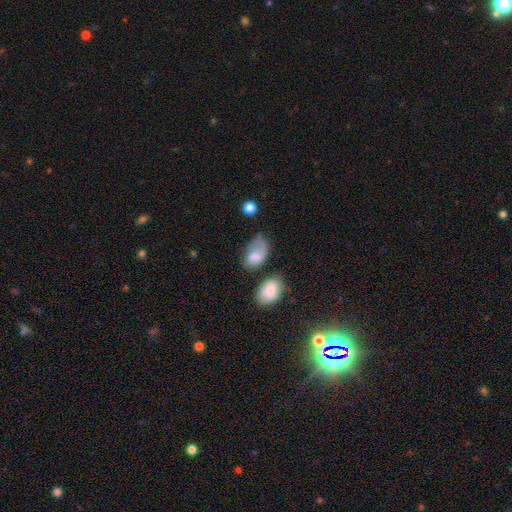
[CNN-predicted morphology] smooth_or_featured: smooth (p=0.67) [alt: featured or disk p=0.25]
how_rounded: in between (p=0.88) [alt: round p=0.10]
merging: none (p=0.33) [alt: minor disturbance p=0.30]